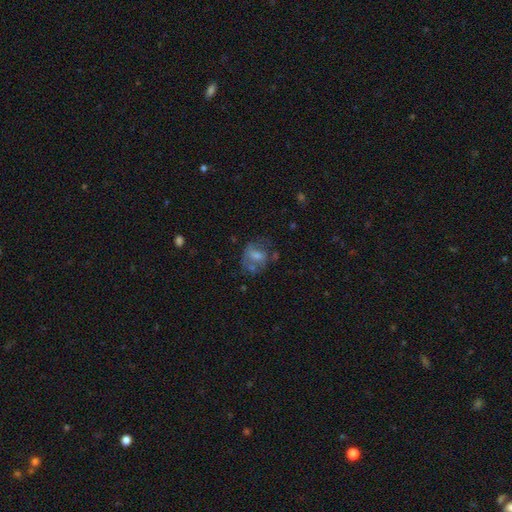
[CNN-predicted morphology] Overall: smooth (51%; featured or disk 38%). How rounded: in between (56%; round 42%). Merging: none (39%; major disturbance 28%).